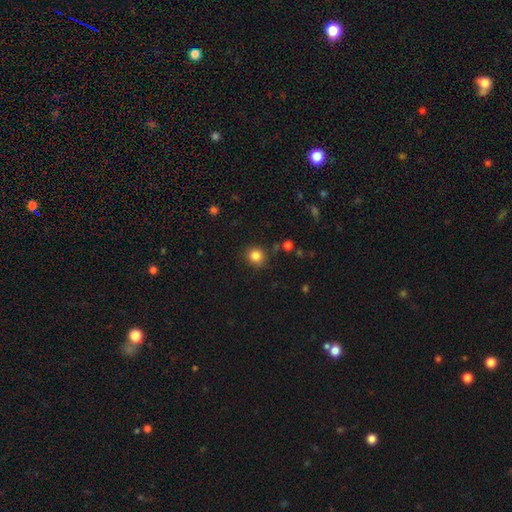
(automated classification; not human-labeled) A smooth galaxy with no disk features (84%) that is round (87%).

Vote fractions:
- Smooth or featured? smooth: 84% / star or artifact: 11% / featured or disk: 4%
- How rounded? round: 87% / in between: 13% / cigar-shaped: 1%
- Merging? none: 85% / minor disturbance: 9% / major disturbance: 3% / merger: 3%